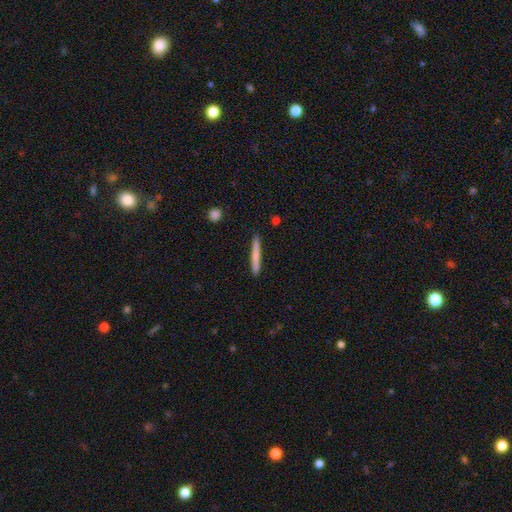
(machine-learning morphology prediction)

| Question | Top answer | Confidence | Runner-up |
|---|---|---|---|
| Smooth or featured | smooth | 71% | featured or disk (23%) |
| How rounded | cigar-shaped | 96% | in between (2%) |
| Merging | none | 91% | minor disturbance (6%) |